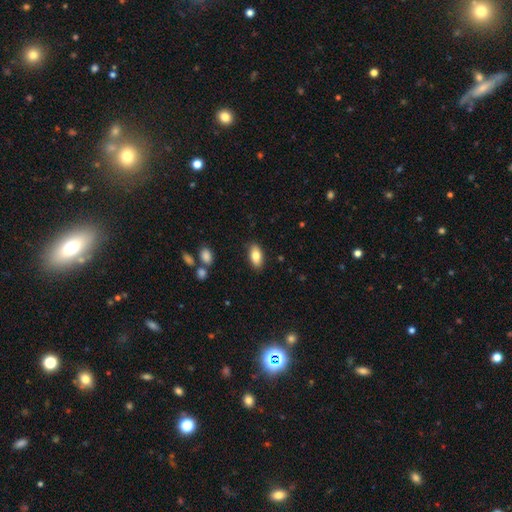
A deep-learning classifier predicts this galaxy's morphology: Smooth or featured: smooth — 81% (featured or disk — 12%)
How rounded: in between — 90% (cigar-shaped — 6%)
Merging: none — 86% (minor disturbance — 10%)